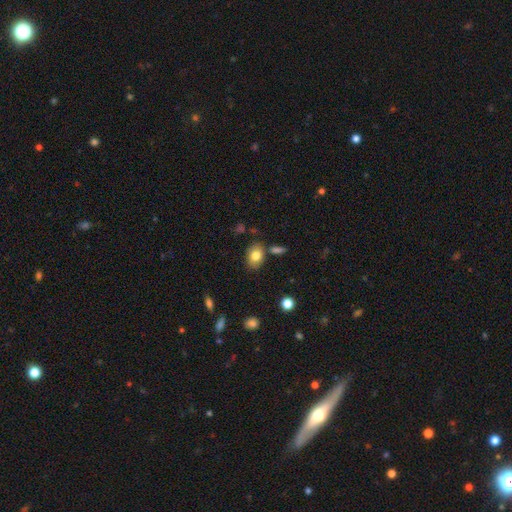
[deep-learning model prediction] A smooth galaxy with no disk features (80%) that is in between round and cigar-shaped (77%).

Vote fractions:
- Smooth or featured? smooth: 80% / featured or disk: 11% / star or artifact: 8%
- How rounded? in between: 77% / round: 21% / cigar-shaped: 1%
- Merging? none: 77% / minor disturbance: 13% / merger: 6% / major disturbance: 3%